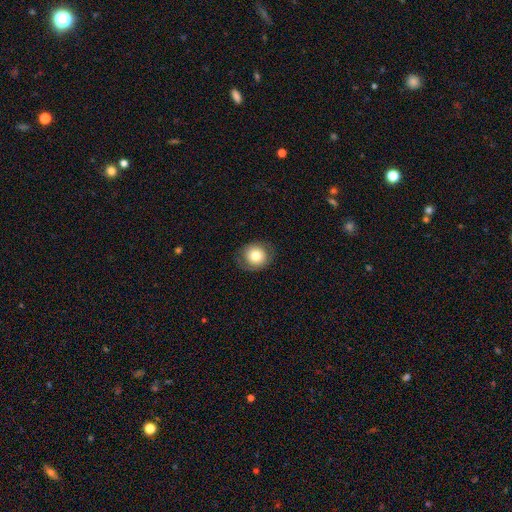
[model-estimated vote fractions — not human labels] A smooth galaxy with no disk features (73%) that is round (82%).

Vote fractions:
- Smooth or featured? smooth: 73% / featured or disk: 18% / star or artifact: 9%
- How rounded? round: 82% / in between: 17% / cigar-shaped: 1%
- Merging? none: 82% / minor disturbance: 12% / major disturbance: 5% / merger: 1%